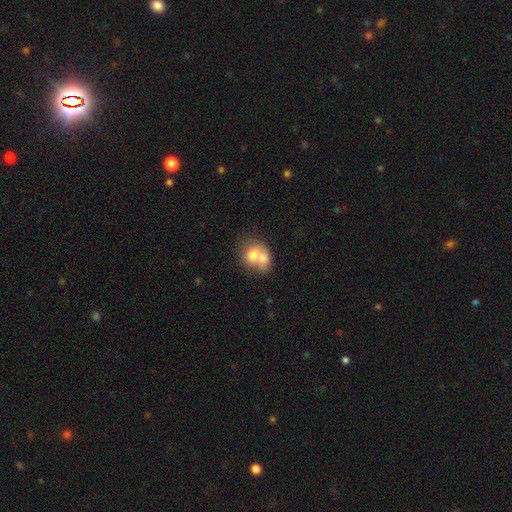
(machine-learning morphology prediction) Smooth or featured? Predicted: smooth (p=0.67). How rounded? Predicted: round (p=0.56). Merging? Predicted: merger (p=0.68).